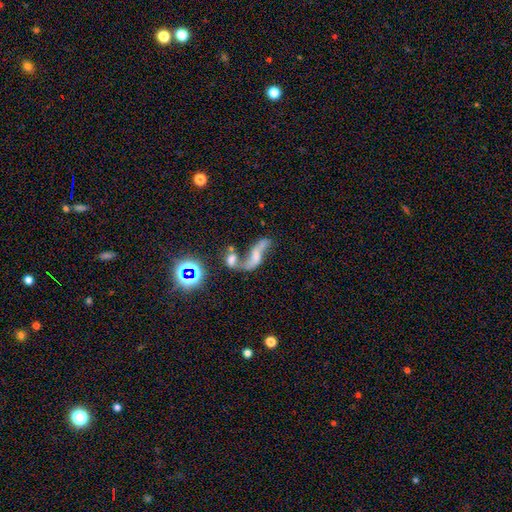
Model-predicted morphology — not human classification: Smooth or featured: featured or disk — 60% (smooth — 25%)
Edge-on disk: no — 89% (yes — 11%)
Bar: no — 56% (weak — 29%)
Spiral arms: yes — 74% (no — 26%)
Bulge size: none — 34% (moderate — 28%)
Merging: merger — 52% (none — 24%)